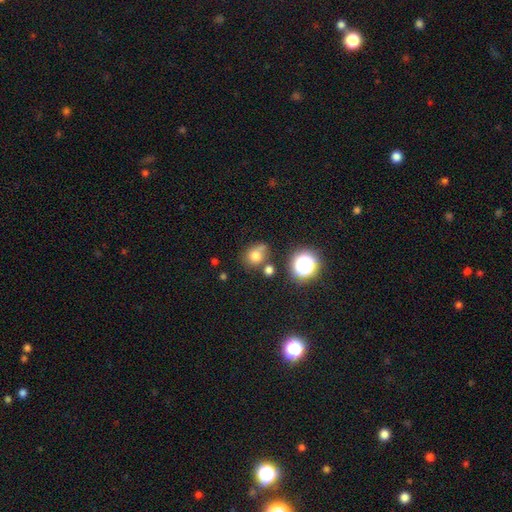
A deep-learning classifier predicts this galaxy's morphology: smooth-or-featured: smooth: 73% | star or artifact: 17% | featured or disk: 10%
  how-rounded: round: 67% | in between: 32% | cigar-shaped: 1%
  merging: none: 55% | minor disturbance: 21% | merger: 15% | major disturbance: 9%